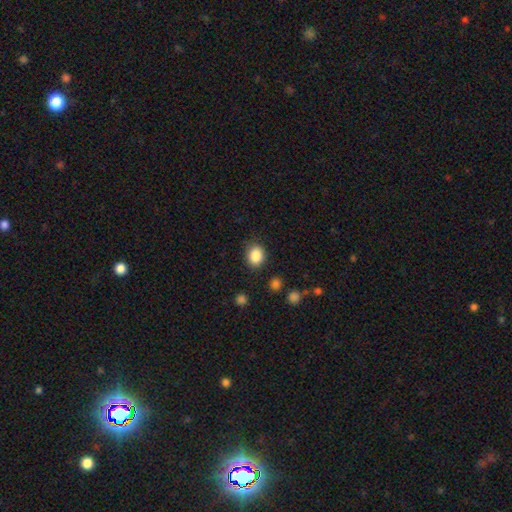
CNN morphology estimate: smooth 86%, star or artifact 9%, featured or disk 4%. Down the decision tree: how rounded — round (56%); merging — none (84%).